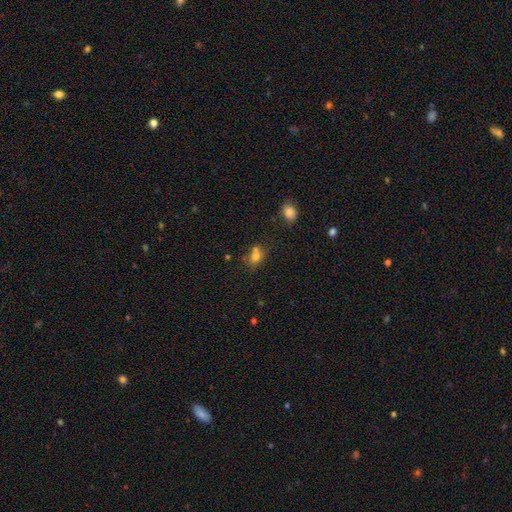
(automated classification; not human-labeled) Smooth or featured: smooth — 72% (star or artifact — 14%)
How rounded: in between — 49% (tied with round — 49%)
Merging: none — 43% (merger — 38%)